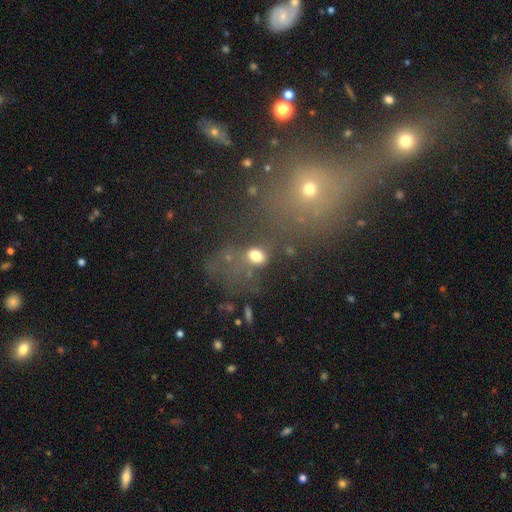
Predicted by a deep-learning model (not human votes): smooth-or-featured: smooth: 63% | star or artifact: 19% | featured or disk: 18%
  how-rounded: in between: 64% | round: 33% | cigar-shaped: 4%
  merging: none: 39% | major disturbance: 25% | merger: 18% | minor disturbance: 17%